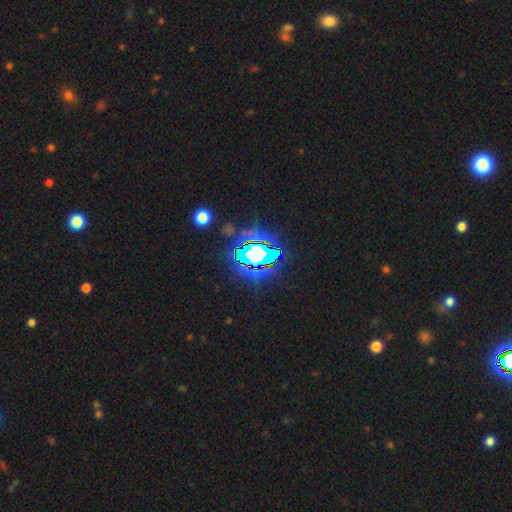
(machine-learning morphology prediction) The model was most divided on "smooth or featured": star or artifact: 66%, featured or disk: 18%, smooth: 15%.